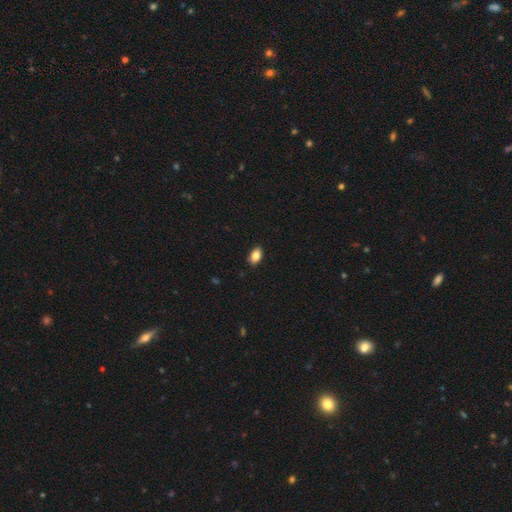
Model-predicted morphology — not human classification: Smooth or featured?
  - smooth: 85% *
  - star or artifact: 8%
  - featured or disk: 6%
How rounded?
  - in between: 88% *
  - round: 10%
  - cigar-shaped: 2%
Merging?
  - none: 89% *
  - minor disturbance: 8%
  - major disturbance: 2%
  - merger: 1%